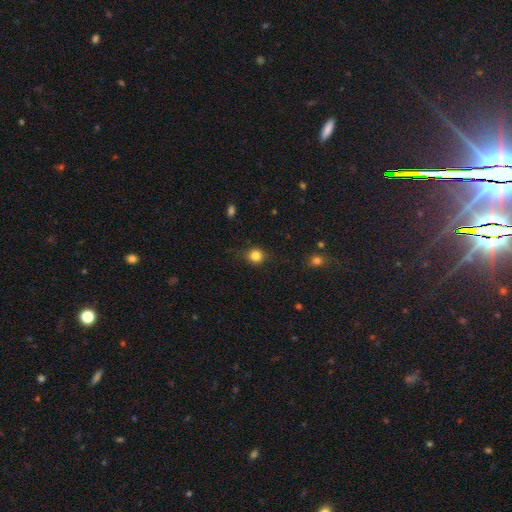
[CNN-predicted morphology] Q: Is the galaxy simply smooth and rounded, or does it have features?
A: smooth — 83%.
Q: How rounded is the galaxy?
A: round — 85%.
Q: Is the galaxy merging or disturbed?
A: none — 84%.